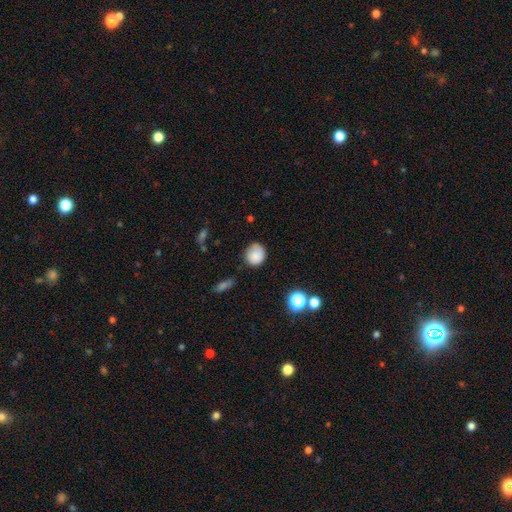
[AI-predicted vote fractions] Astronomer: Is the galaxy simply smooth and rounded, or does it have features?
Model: smooth — 83%.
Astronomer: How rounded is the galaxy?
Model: round — 78%.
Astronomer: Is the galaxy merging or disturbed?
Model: none — 69%.